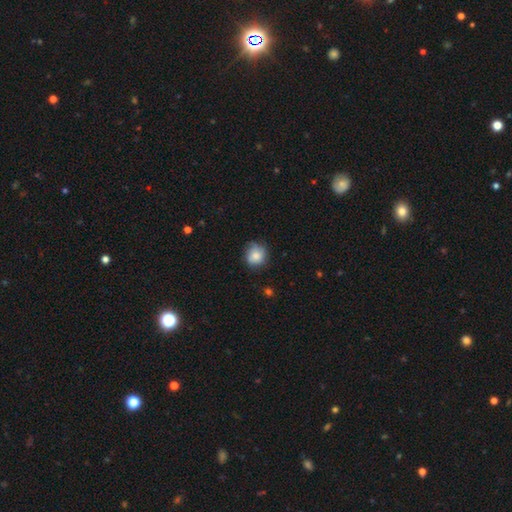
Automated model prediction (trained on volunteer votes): Q: Smooth or featured?
A: smooth (74%); runner-up: featured or disk (18%)
Q: How rounded?
A: round (84%); runner-up: in between (15%)
Q: Merging?
A: none (68%); runner-up: minor disturbance (24%)